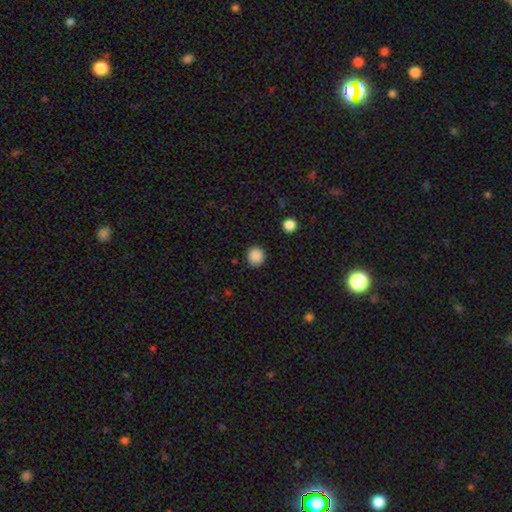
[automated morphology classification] This is clearly a smooth galaxy (88%). How rounded: clearly round (93%). Merging: clearly none (90%).